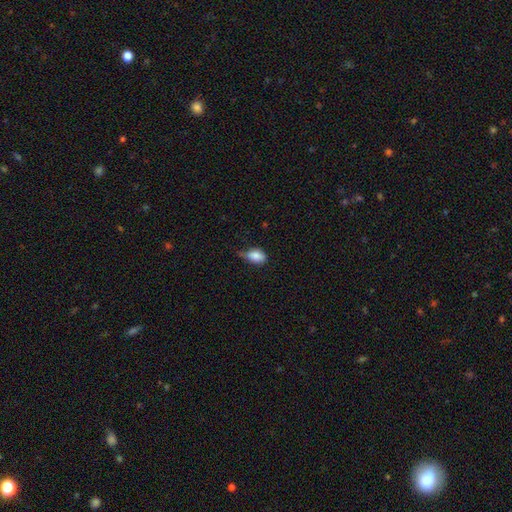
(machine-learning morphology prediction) Smooth or featured: smooth — 82% (featured or disk — 10%)
How rounded: in between — 84% (round — 14%)
Merging: minor disturbance — 47% (none — 34%)